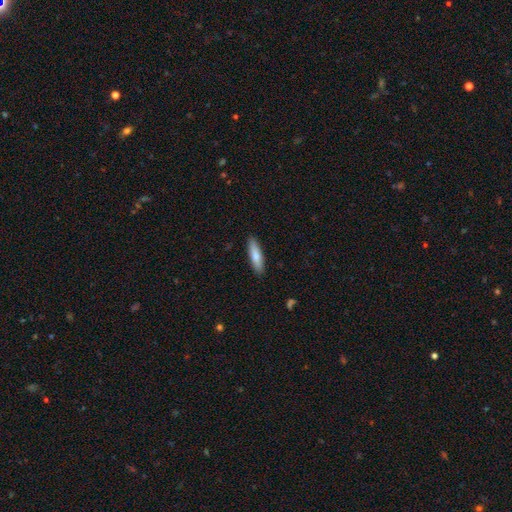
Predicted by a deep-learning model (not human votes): Morphology: type=smooth (77%); roundness=cigar-shaped (69%); merging=none (90%).